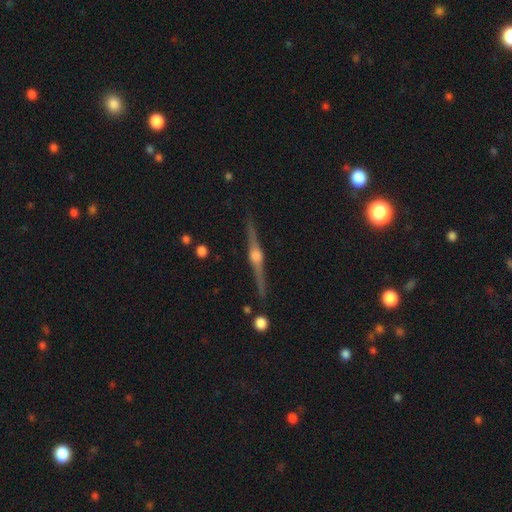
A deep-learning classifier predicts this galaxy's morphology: The model was most divided on "smooth or featured": featured or disk: 88%, smooth: 6%, star or artifact: 6%. More confident: edge-on disk — yes (98%); edge-on bulge — rounded (92%); merging — none (90%).